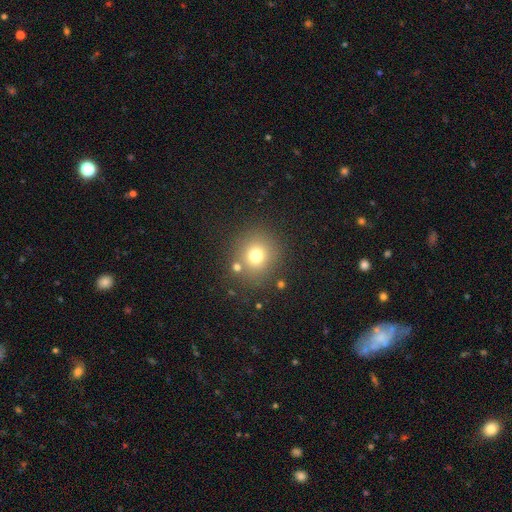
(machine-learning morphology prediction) A smooth galaxy with no disk features (73%) that is round (89%).

Vote fractions:
- Smooth or featured? smooth: 73% / star or artifact: 16% / featured or disk: 11%
- How rounded? round: 89% / in between: 11% / cigar-shaped: 1%
- Merging? none: 79% / minor disturbance: 9% / merger: 8% / major disturbance: 4%